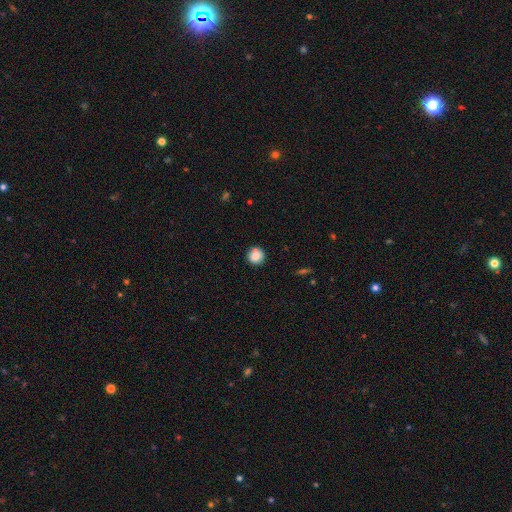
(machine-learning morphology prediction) A smooth galaxy with no disk features (87%) that is round (94%).

Vote fractions:
- Smooth or featured? smooth: 87% / star or artifact: 9% / featured or disk: 4%
- How rounded? round: 94% / in between: 5% / cigar-shaped: 1%
- Merging? none: 88% / minor disturbance: 8% / major disturbance: 2% / merger: 2%